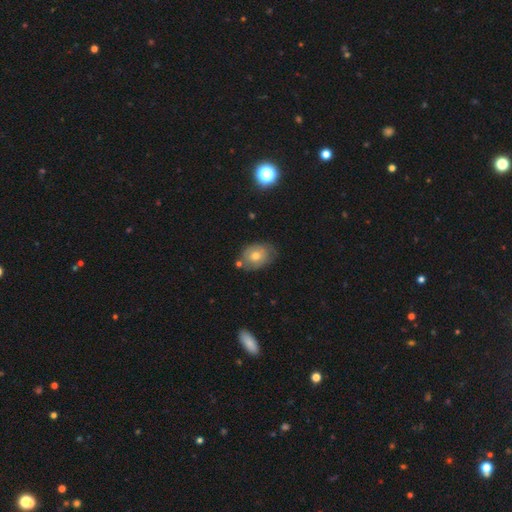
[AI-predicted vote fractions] The model was most divided on "smooth or featured": smooth: 61%, featured or disk: 28%, star or artifact: 11%. More confident: how rounded — in between (68%); merging — none (67%).